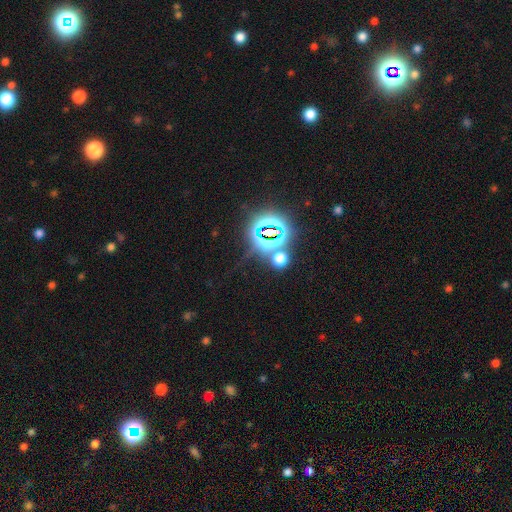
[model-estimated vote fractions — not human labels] The model was most divided on "smooth or featured": star or artifact: 82%, smooth: 11%, featured or disk: 7%.